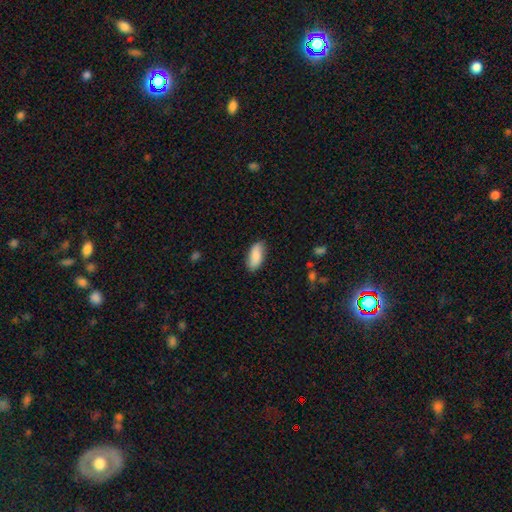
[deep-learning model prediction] smooth-or-featured: smooth: 87% | featured or disk: 7% | star or artifact: 6%
  how-rounded: in between: 85% | cigar-shaped: 13% | round: 2%
  merging: none: 82% | minor disturbance: 14% | major disturbance: 3% | merger: 1%